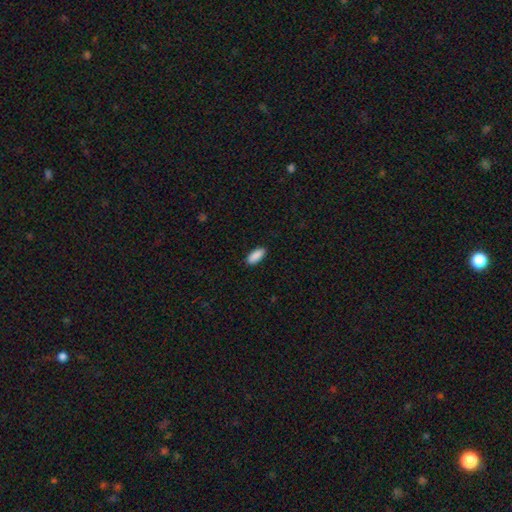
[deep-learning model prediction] Smooth or featured? smooth (91%)
How rounded? in between (84%)
Merging? none (90%)